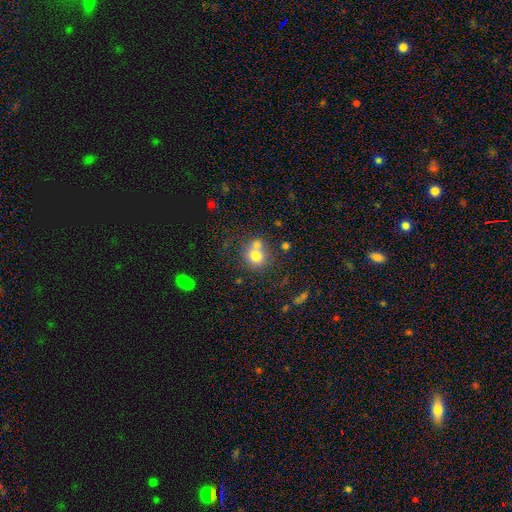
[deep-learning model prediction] Smooth or featured? smooth (74%)
How rounded? round (81%)
Merging? none (48%)